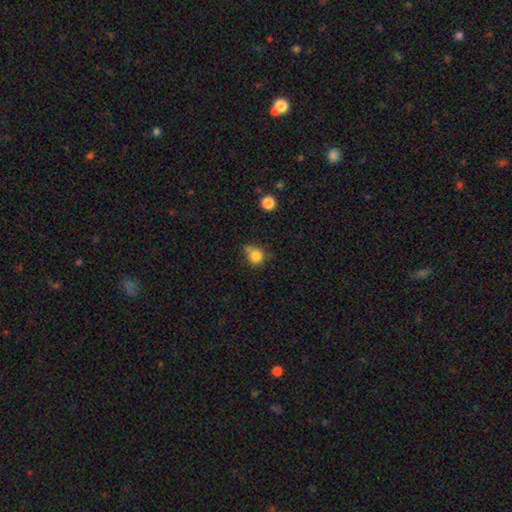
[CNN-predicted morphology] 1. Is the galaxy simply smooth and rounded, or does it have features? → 81% smooth, 12% star or artifact, 7% featured or disk.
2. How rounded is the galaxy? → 81% round, 18% in between, 1% cigar-shaped.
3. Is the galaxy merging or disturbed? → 52% none, 26% minor disturbance, 14% merger, 7% major disturbance.